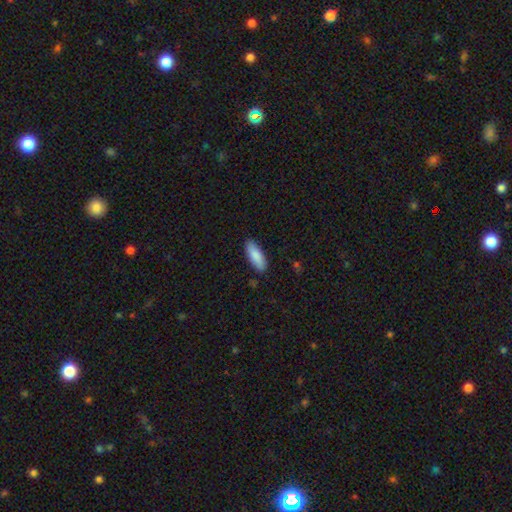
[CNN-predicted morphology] Q: Smooth or featured?
A: smooth (86%); runner-up: featured or disk (8%)
Q: How rounded?
A: in between (68%); runner-up: cigar-shaped (31%)
Q: Merging?
A: none (85%); runner-up: minor disturbance (11%)